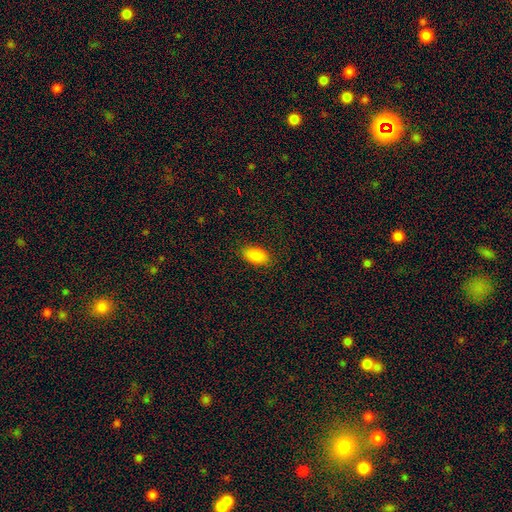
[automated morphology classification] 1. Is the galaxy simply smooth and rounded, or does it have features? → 88% smooth, 8% star or artifact, 4% featured or disk.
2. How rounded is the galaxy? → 93% in between, 5% round, 2% cigar-shaped.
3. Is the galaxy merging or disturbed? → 87% none, 9% minor disturbance, 3% major disturbance, 1% merger.